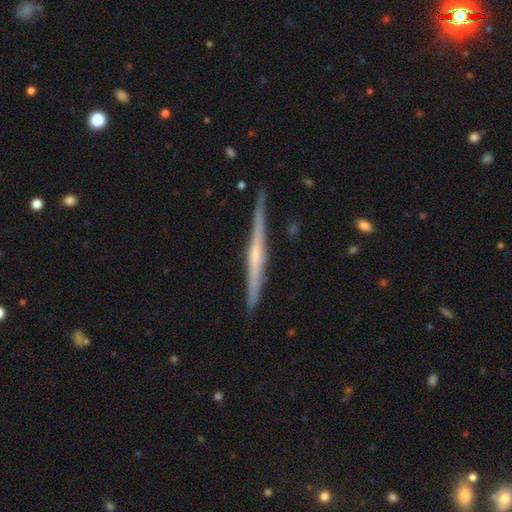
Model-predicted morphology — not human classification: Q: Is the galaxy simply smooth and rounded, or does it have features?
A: featured or disk — 75%.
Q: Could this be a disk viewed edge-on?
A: yes — 98%.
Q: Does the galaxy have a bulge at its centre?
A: rounded — 44%.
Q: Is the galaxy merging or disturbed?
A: none — 89%.